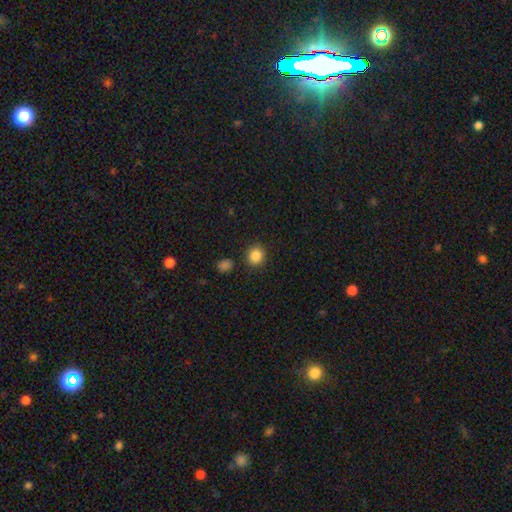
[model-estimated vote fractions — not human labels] Q: Smooth or featured?
A: smooth (86%); runner-up: star or artifact (10%)
Q: How rounded?
A: round (86%); runner-up: in between (13%)
Q: Merging?
A: none (88%); runner-up: minor disturbance (7%)